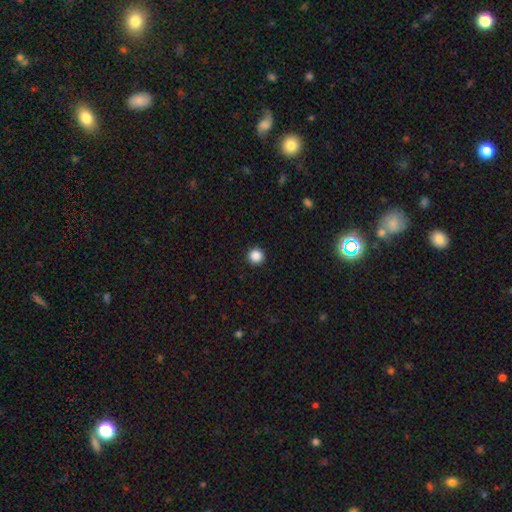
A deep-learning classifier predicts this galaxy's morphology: Smooth or featured?
  - smooth: 88% *
  - star or artifact: 10%
  - featured or disk: 2%
How rounded?
  - round: 95% *
  - in between: 4%
  - cigar-shaped: 1%
Merging?
  - none: 93% *
  - minor disturbance: 4%
  - major disturbance: 2%
  - merger: 1%